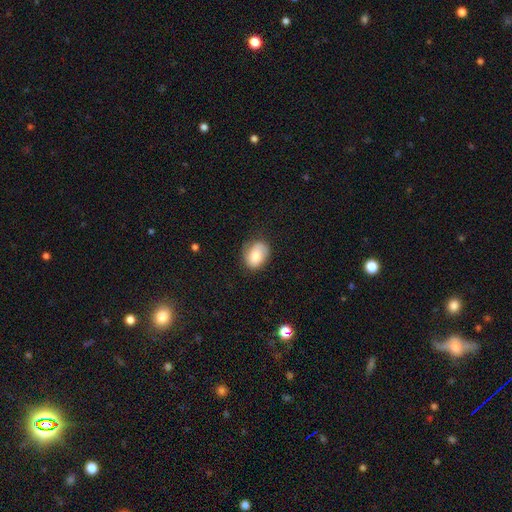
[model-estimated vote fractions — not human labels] Overall: smooth (73%). How rounded: in between (63%; round 36%). Merging: none (68%).